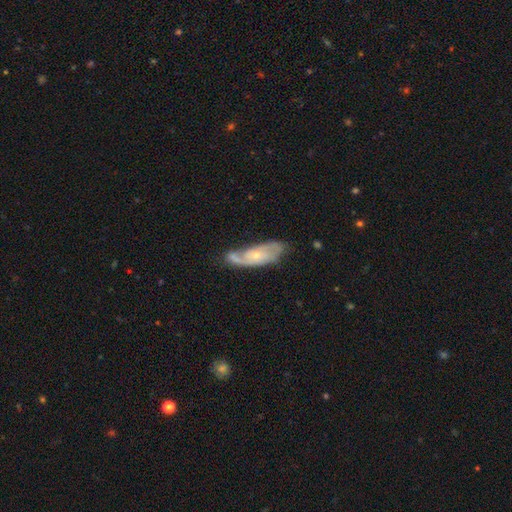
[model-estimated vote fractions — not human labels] A featured or disk galaxy (68%) with no bar (71%), spiral arms (81%) and a small central bulge (66%). Merging: none (50%).